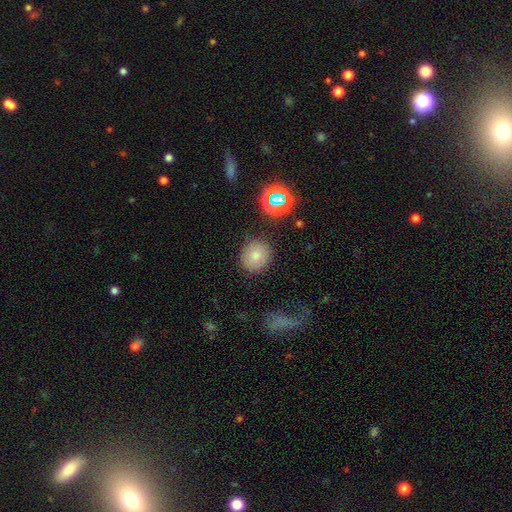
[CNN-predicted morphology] Smooth or featured: smooth — 79% (star or artifact — 13%)
How rounded: round — 81% (in between — 18%)
Merging: none — 85% (minor disturbance — 10%)